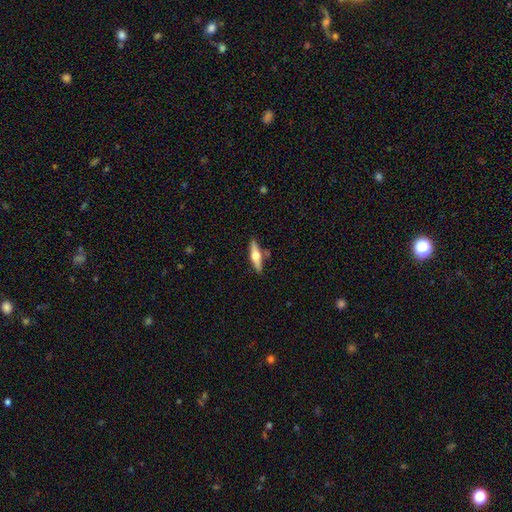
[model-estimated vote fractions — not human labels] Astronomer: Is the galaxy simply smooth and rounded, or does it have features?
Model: featured or disk — 56% (runner-up: smooth, 38%).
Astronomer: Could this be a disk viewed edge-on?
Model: yes — 95%.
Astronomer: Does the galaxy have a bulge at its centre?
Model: rounded — 94%.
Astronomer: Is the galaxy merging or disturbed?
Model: none — 82%.